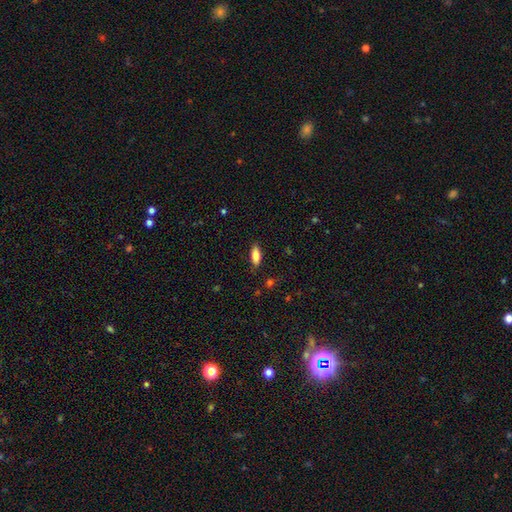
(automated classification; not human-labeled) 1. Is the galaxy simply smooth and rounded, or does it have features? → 78% smooth, 15% featured or disk, 7% star or artifact.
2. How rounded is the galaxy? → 75% in between, 23% cigar-shaped, 2% round.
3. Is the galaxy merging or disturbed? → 86% none, 11% minor disturbance, 2% major disturbance, 1% merger.